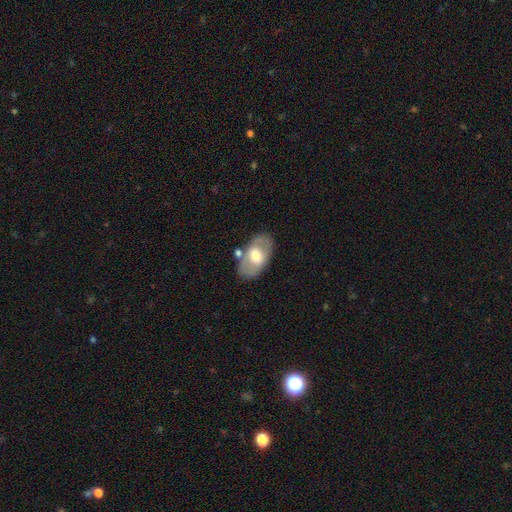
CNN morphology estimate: Smooth or featured?
  - smooth: 47% * (tied)
  - featured or disk: 47% * (tied)
  - star or artifact: 6%
Merging?
  - none: 71% *
  - minor disturbance: 15%
  - merger: 9%
  - major disturbance: 5%